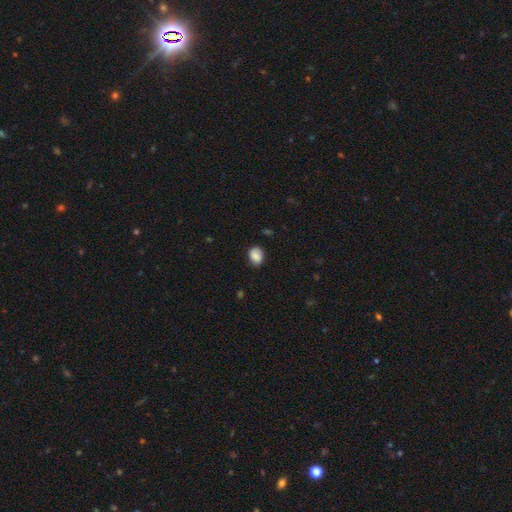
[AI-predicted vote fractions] Smooth or featured?
  - smooth: 85% *
  - star or artifact: 8%
  - featured or disk: 7%
How rounded?
  - in between: 56% *
  - round: 42%
  - cigar-shaped: 1%
Merging?
  - none: 75% *
  - minor disturbance: 19%
  - major disturbance: 4%
  - merger: 2%